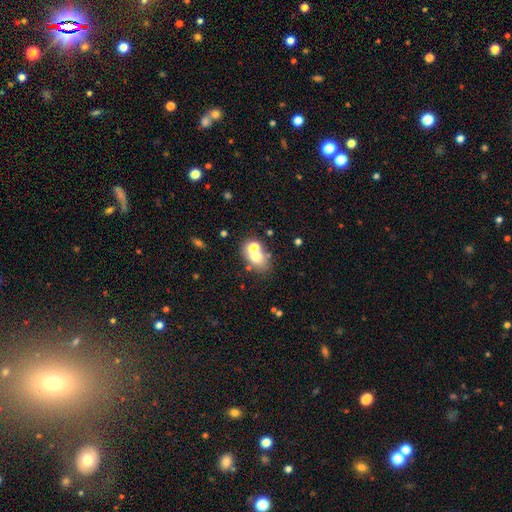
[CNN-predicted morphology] Smooth or featured? Predicted: smooth (p=0.65). How rounded? Predicted: in between (p=0.63). Merging? Predicted: none (p=0.45).